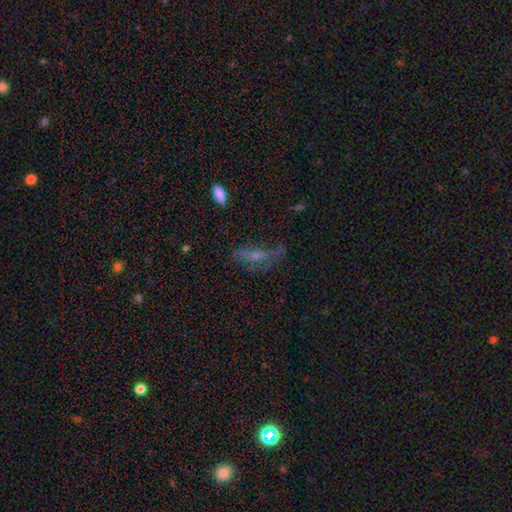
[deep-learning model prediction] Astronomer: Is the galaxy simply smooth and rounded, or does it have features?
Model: featured or disk — 54% (runner-up: smooth, 32%).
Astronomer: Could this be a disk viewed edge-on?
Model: no — 71%.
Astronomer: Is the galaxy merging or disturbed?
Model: none — 43% (runner-up: major disturbance, 30%).